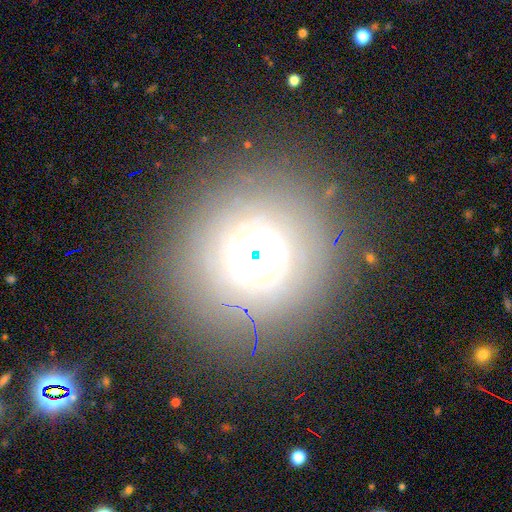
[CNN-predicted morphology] Smooth or featured? featured or disk (44%)
Merging? none (84%)